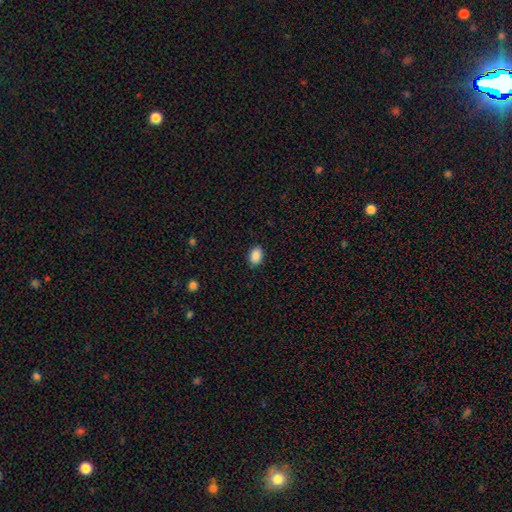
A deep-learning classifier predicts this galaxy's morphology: smooth-or-featured: smooth: 89% | star or artifact: 8% | featured or disk: 3%
  how-rounded: in between: 81% | round: 18% | cigar-shaped: 1%
  merging: none: 88% | minor disturbance: 9% | major disturbance: 2% | merger: 1%